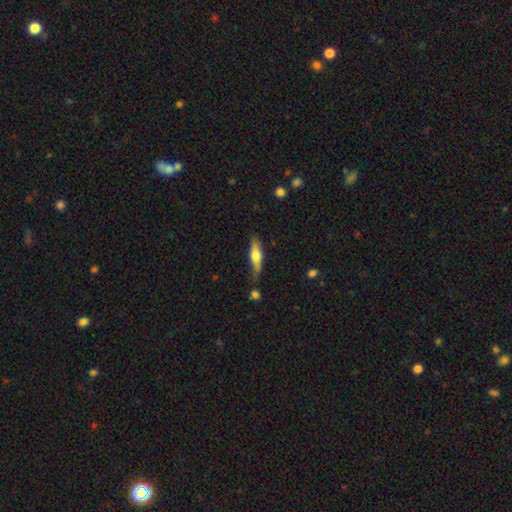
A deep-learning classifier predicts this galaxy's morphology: type=smooth (51%); roundness=cigar-shaped (68%); merging=none (73%).